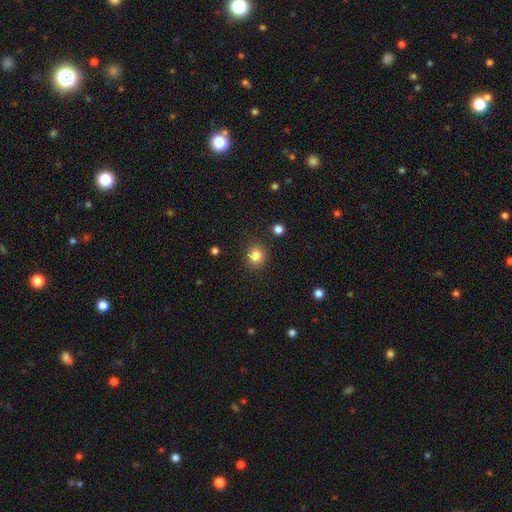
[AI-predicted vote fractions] Q: Smooth or featured?
A: smooth (83%); runner-up: star or artifact (12%)
Q: How rounded?
A: round (85%); runner-up: in between (15%)
Q: Merging?
A: none (84%); runner-up: minor disturbance (9%)